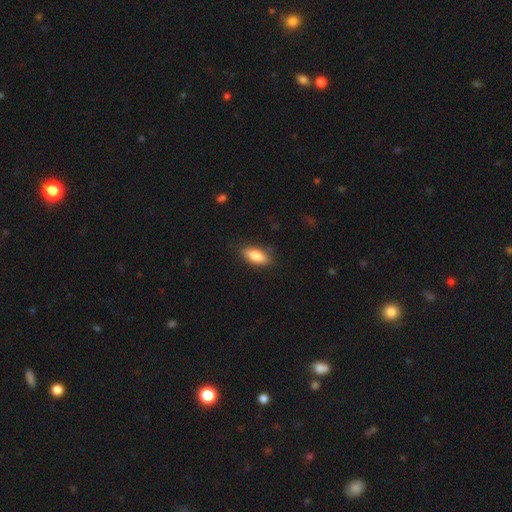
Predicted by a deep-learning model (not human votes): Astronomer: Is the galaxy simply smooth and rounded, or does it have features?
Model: smooth — 80%.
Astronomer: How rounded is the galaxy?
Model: in between — 79%.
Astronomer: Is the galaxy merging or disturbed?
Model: none — 83%.